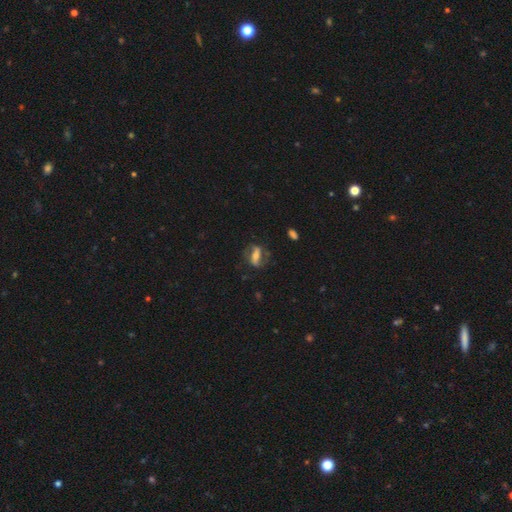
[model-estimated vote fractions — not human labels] Smooth or featured: featured or disk — 66% (smooth — 26%)
Edge-on disk: no — 86% (yes — 14%)
Bar: strong — 61% (weak — 23%)
Spiral arms: yes — 79% (no — 21%)
Bulge size: moderate — 47% (small — 35%)
Merging: none — 69% (minor disturbance — 17%)